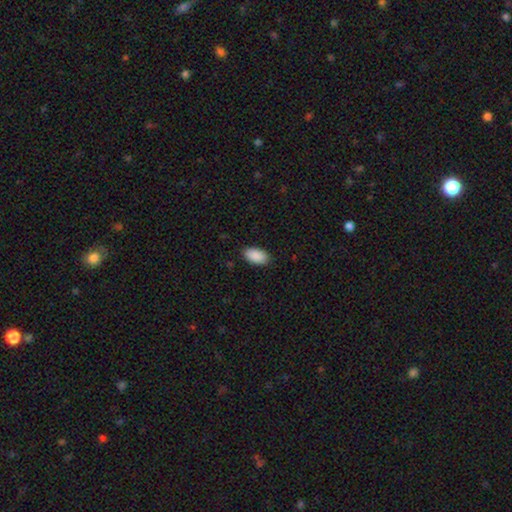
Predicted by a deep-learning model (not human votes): smooth_or_featured: smooth (p=0.91) [alt: star or artifact p=0.06]
how_rounded: in between (p=0.95) [alt: cigar-shaped p=0.02]
merging: none (p=0.88) [alt: minor disturbance p=0.09]